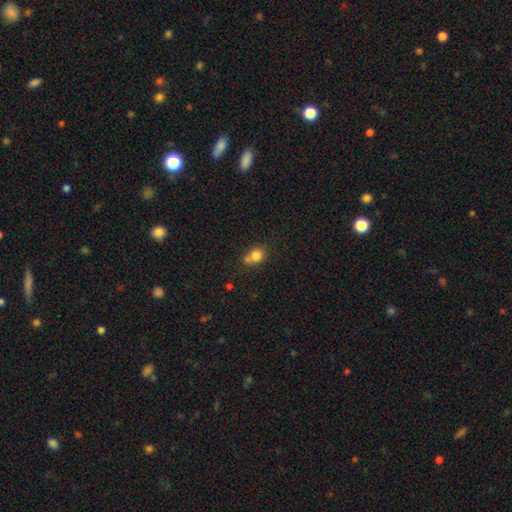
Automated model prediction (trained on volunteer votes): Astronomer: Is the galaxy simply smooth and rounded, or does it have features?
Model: smooth — 79%.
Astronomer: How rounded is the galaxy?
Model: round — 70%.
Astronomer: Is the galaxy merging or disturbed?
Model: none — 44% (runner-up: merger, 38%).